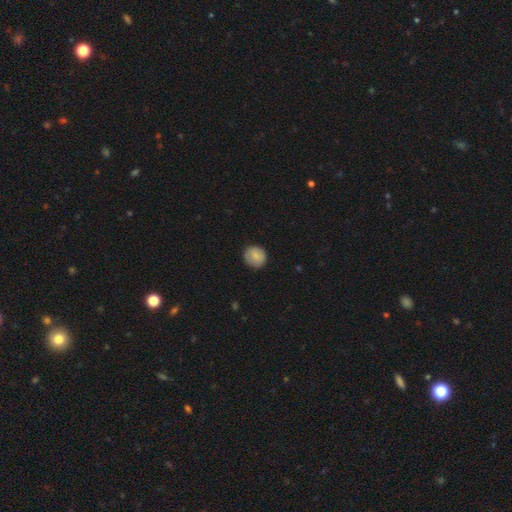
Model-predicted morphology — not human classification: Smooth or featured?
  - smooth: 83% *
  - featured or disk: 9%
  - star or artifact: 7%
How rounded?
  - round: 88% *
  - in between: 11%
  - cigar-shaped: 1%
Merging?
  - none: 87% *
  - minor disturbance: 10%
  - major disturbance: 2%
  - merger: 1%